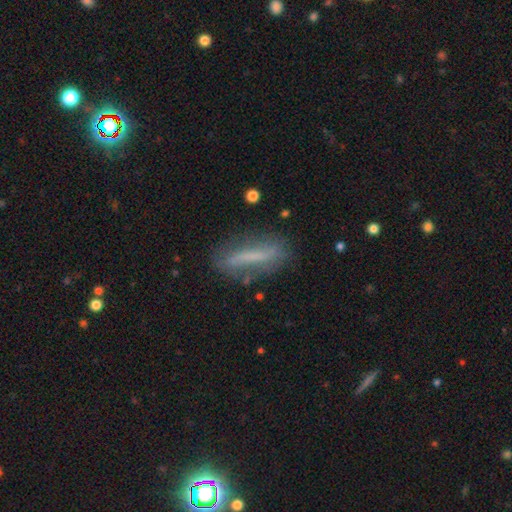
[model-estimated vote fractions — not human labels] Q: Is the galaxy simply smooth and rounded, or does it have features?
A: smooth — 52%.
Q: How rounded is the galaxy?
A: cigar-shaped — 77%.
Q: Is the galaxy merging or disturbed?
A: none — 70%.